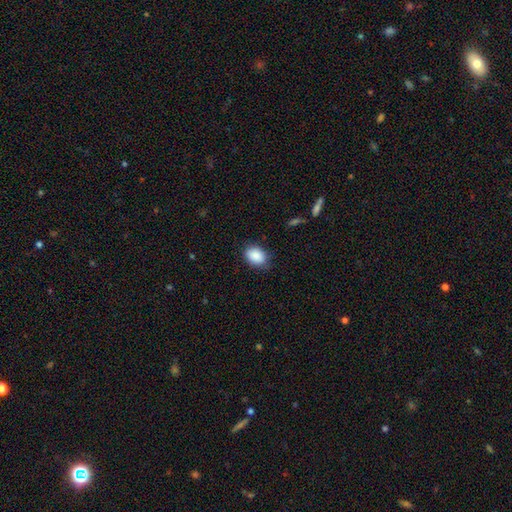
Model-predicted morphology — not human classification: smooth 89%, star or artifact 7%, featured or disk 4%. Down the decision tree: how rounded — in between (75%); merging — none (80%).